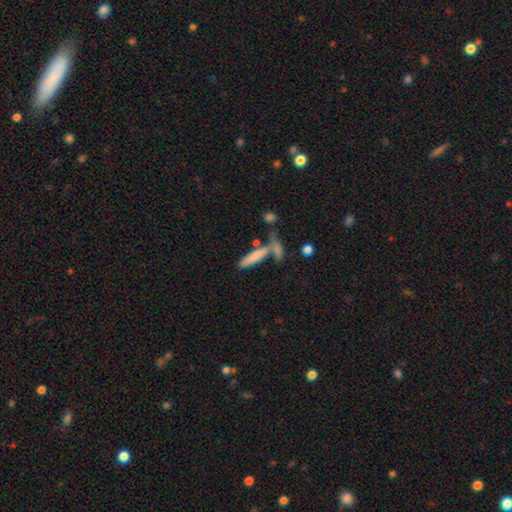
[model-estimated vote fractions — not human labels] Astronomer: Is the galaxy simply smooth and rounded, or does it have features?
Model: smooth — 75%.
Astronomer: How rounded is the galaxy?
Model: cigar-shaped — 77%.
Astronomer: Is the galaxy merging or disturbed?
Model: none — 53% (runner-up: merger, 28%).